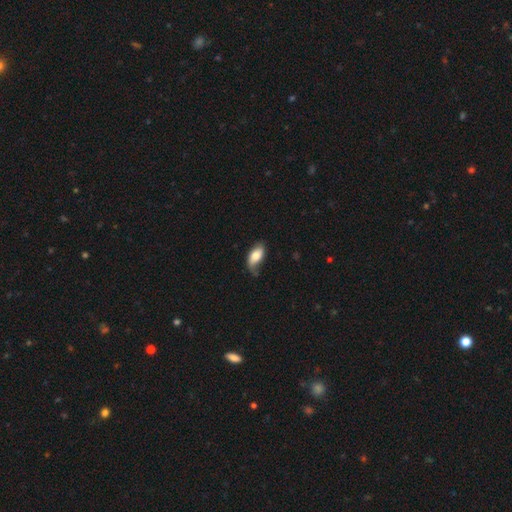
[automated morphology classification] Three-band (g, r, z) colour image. It shows a smooth galaxy with no disk features (68%) that is in between round and cigar-shaped (91%). Merging: none (44%).